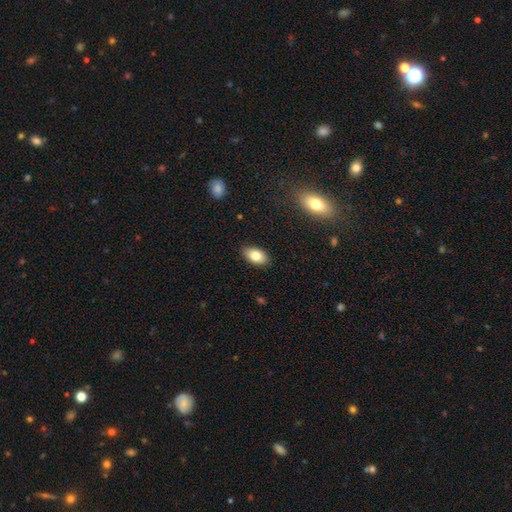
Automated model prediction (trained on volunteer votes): Smooth or featured: smooth — 81% (featured or disk — 11%)
How rounded: in between — 92% (round — 6%)
Merging: none — 87% (minor disturbance — 10%)